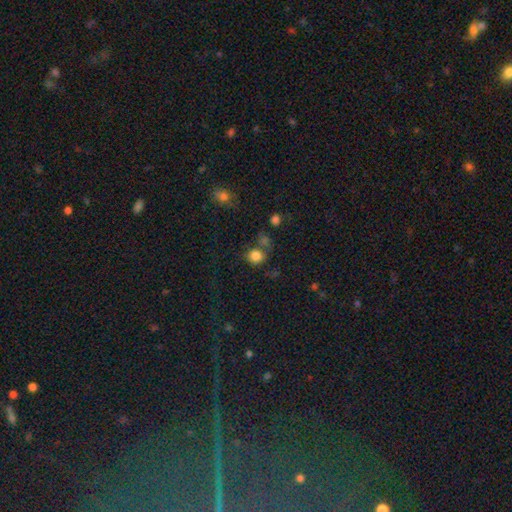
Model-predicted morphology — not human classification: smooth-or-featured: smooth: 82% | star or artifact: 12% | featured or disk: 5%
  how-rounded: round: 85% | in between: 14% | cigar-shaped: 1%
  merging: none: 66% | merger: 16% | minor disturbance: 13% | major disturbance: 6%